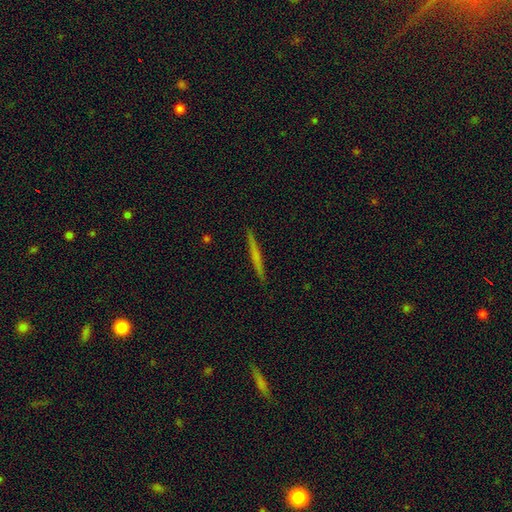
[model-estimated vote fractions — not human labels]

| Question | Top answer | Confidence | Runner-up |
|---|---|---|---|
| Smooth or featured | smooth | 52% | featured or disk (41%) |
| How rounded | cigar-shaped | 96% | in between (2%) |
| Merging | none | 92% | minor disturbance (6%) |